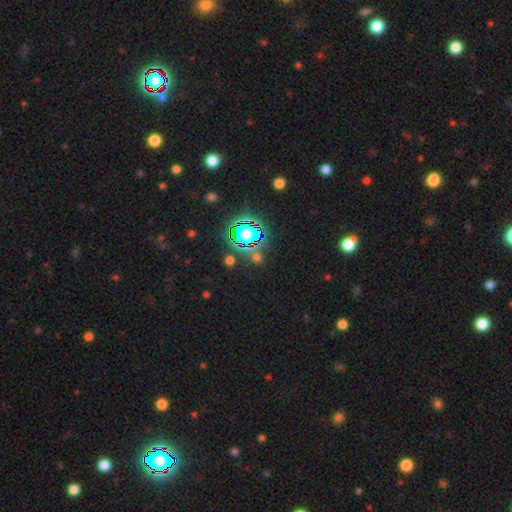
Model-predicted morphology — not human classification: This is likely a star or artifact rather than a galaxy (73%).